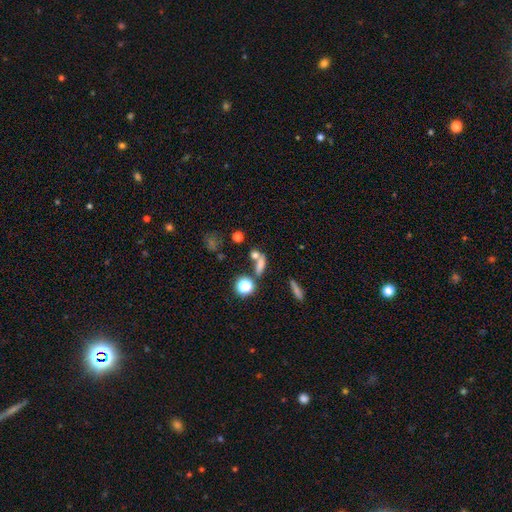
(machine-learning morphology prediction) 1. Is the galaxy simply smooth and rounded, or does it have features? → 66% smooth, 20% star or artifact, 14% featured or disk.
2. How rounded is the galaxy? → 43% in between, 34% round, 23% cigar-shaped.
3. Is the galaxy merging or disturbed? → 42% none, 41% merger, 10% minor disturbance, 7% major disturbance.